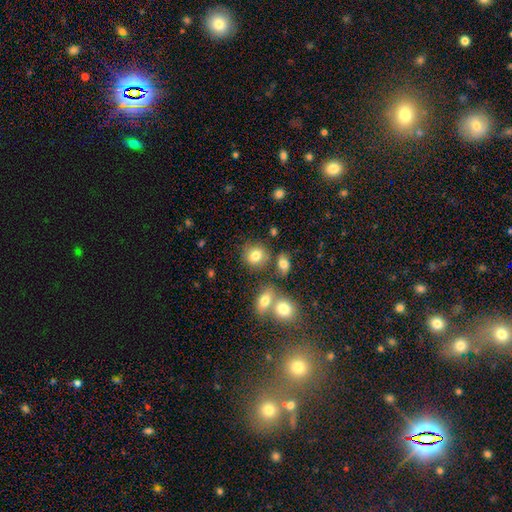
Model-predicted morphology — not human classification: Q: Smooth or featured?
A: smooth (80%); runner-up: star or artifact (11%)
Q: How rounded?
A: round (74%); runner-up: in between (24%)
Q: Merging?
A: none (72%); runner-up: merger (13%)